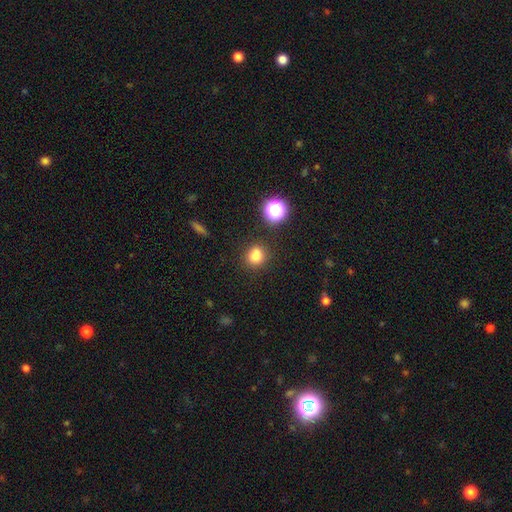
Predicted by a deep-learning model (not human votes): smooth 79%, star or artifact 15%, featured or disk 6%. Down the decision tree: how rounded — round (67%); merging — none (74%).